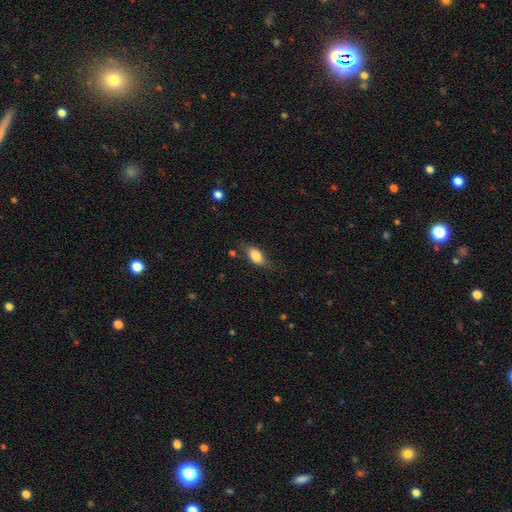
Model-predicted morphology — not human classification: Smooth or featured? Predicted: smooth (p=0.78). How rounded? Predicted: in between (p=0.86). Merging? Predicted: none (p=0.67).